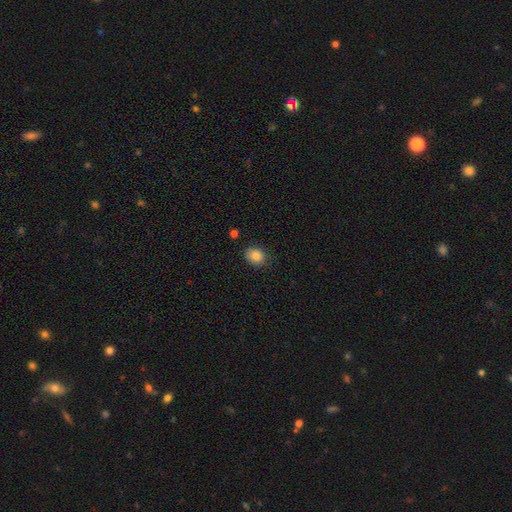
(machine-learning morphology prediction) Smooth or featured?
  - smooth: 86% *
  - star or artifact: 9%
  - featured or disk: 4%
How rounded?
  - round: 54% *
  - in between: 45%
  - cigar-shaped: 1%
Merging?
  - none: 81% *
  - minor disturbance: 14%
  - major disturbance: 3%
  - merger: 2%